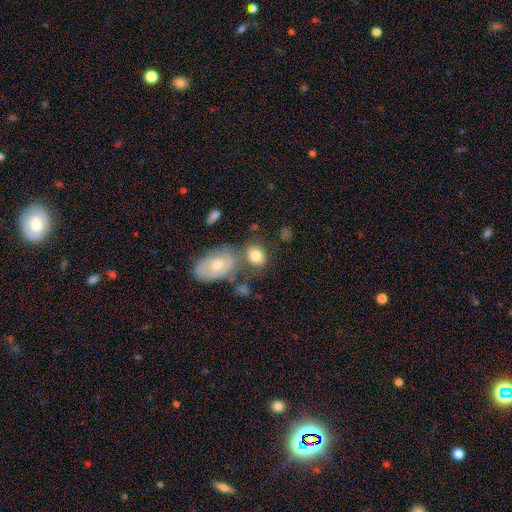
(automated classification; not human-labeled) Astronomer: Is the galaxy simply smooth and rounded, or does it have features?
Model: smooth — 71%.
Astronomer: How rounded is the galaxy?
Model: in between — 54% (runner-up: round, 44%).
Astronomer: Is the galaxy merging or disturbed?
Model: none — 51%.